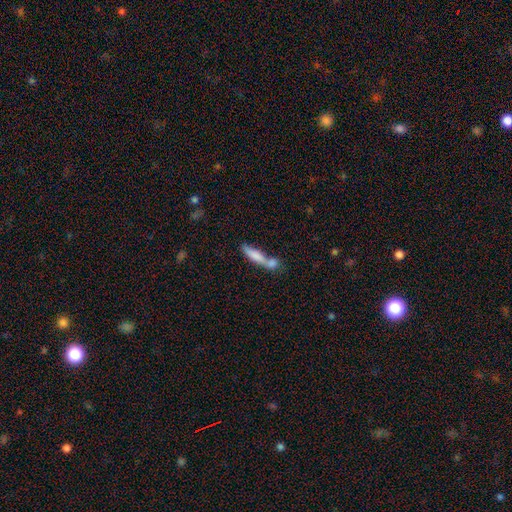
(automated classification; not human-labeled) The model was most divided on "merging": merger: 52%, none: 31%, minor disturbance: 11%, major disturbance: 6%. More confident: how rounded — cigar-shaped (71%); smooth or featured — smooth (71%).